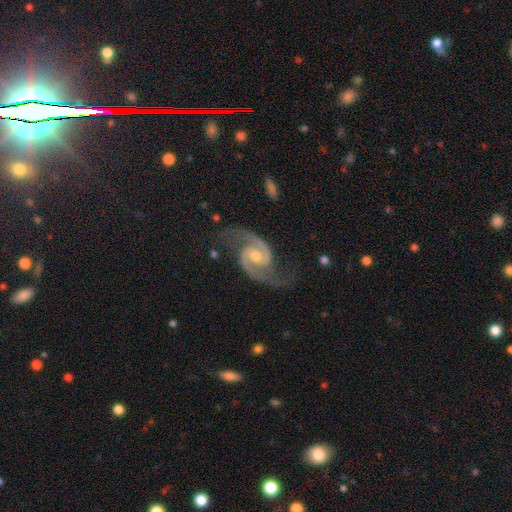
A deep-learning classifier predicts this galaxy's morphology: smooth-or-featured: featured or disk: 94% | star or artifact: 4% | smooth: 2%
  disk-edge-on: no: 98% | yes: 2%
    bar: no: 44% (tied) | weak: 44% (tied) | strong: 12%
    has-spiral-arms: yes: 99% | no: 1%
      spiral-winding: medium: 62% | loose: 20% | tight: 18%
      spiral-arm-count: 2: 94% | 3: 1% | can't tell: 1% | 1: 1% | 4: 1% | more than 4: 1%
    bulge-size: moderate: 63% | small: 30% | large: 4% | none: 2% | dominant: 1%
  merging: none: 75% | minor disturbance: 17% | major disturbance: 7% | merger: 2%